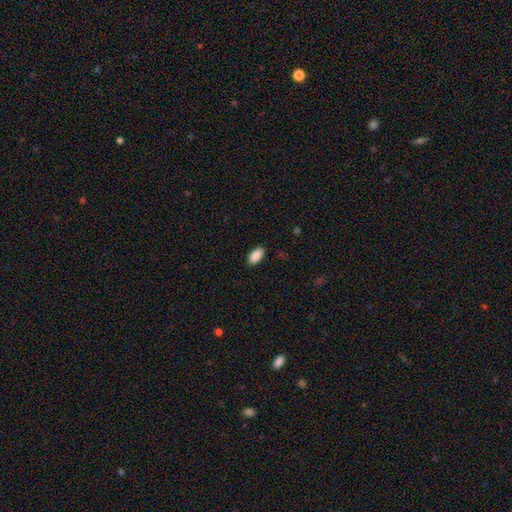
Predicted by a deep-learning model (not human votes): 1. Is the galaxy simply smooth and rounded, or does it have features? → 89% smooth, 7% star or artifact, 4% featured or disk.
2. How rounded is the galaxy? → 94% in between, 3% cigar-shaped, 3% round.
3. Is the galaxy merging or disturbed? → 88% none, 9% minor disturbance, 2% major disturbance, 1% merger.